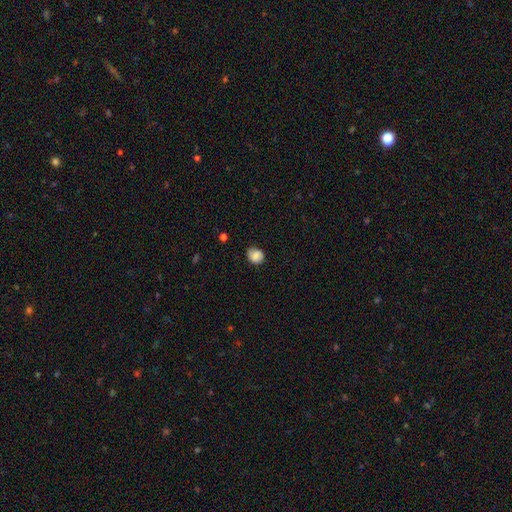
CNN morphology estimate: type=smooth (78%); roundness=round (69%); merging=none (70%).